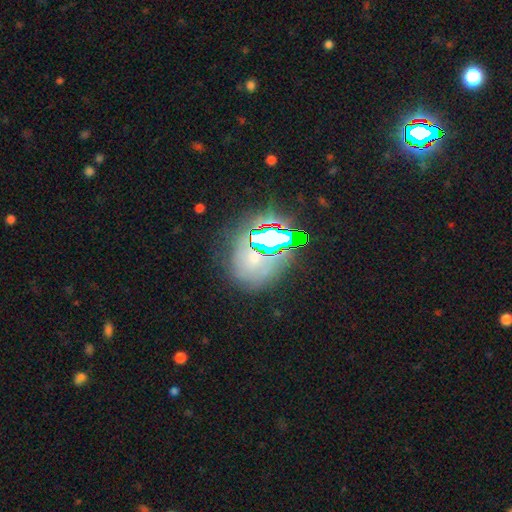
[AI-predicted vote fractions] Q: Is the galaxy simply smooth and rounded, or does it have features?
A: star or artifact — 53%.